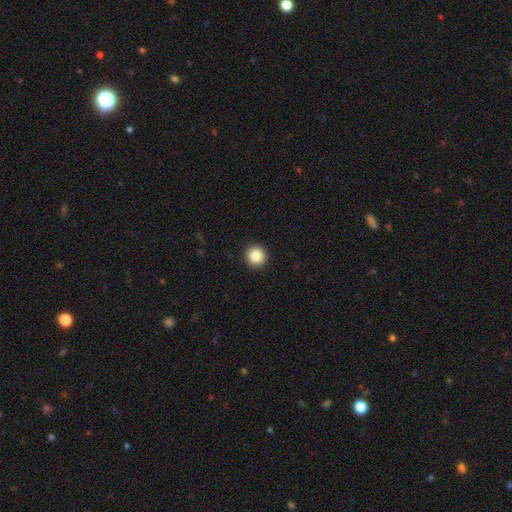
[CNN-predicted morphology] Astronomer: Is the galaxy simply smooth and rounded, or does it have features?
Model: smooth — 86%.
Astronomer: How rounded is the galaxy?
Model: round — 95%.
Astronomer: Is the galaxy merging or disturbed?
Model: none — 93%.